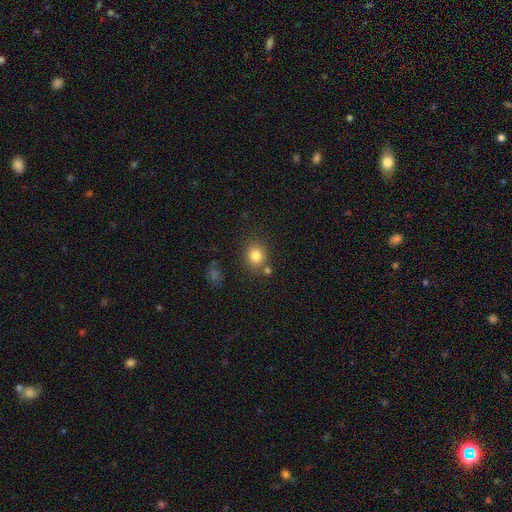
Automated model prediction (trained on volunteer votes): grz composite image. It shows a smooth galaxy with no disk features (82%) that is round (74%). Merging: none (75%).